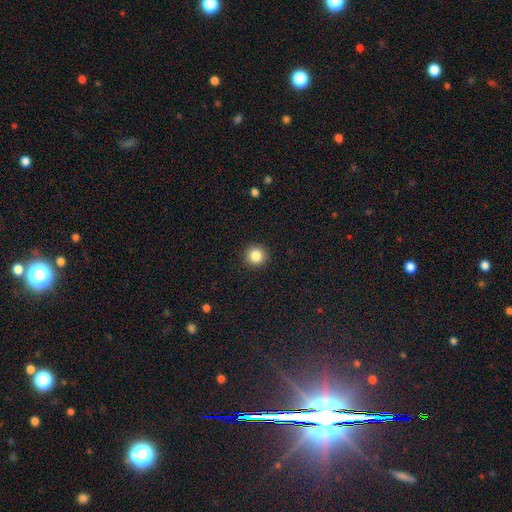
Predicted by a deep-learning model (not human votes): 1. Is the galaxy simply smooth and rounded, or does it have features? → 85% smooth, 10% star or artifact, 5% featured or disk.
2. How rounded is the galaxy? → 94% round, 5% in between, 1% cigar-shaped.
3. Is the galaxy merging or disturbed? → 92% none, 5% minor disturbance, 2% major disturbance, 1% merger.